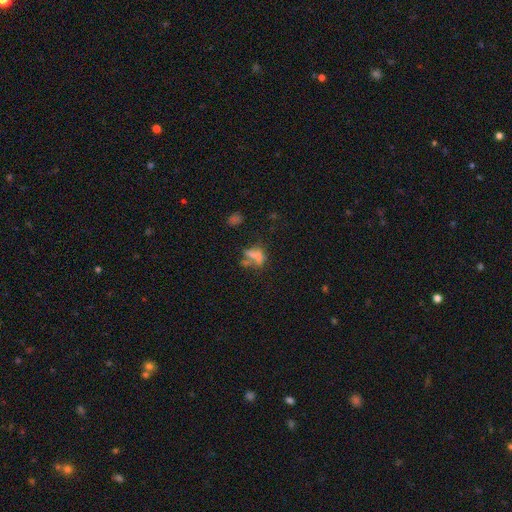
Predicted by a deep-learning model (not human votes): A smooth galaxy with no disk features (54%) that is in between round and cigar-shaped (65%).

Vote fractions:
- Smooth or featured? smooth: 54% / featured or disk: 25% / star or artifact: 21%
- How rounded? in between: 65% / cigar-shaped: 18% / round: 17%
- Merging? none: 32% / merger: 26% / major disturbance: 26% / minor disturbance: 16%